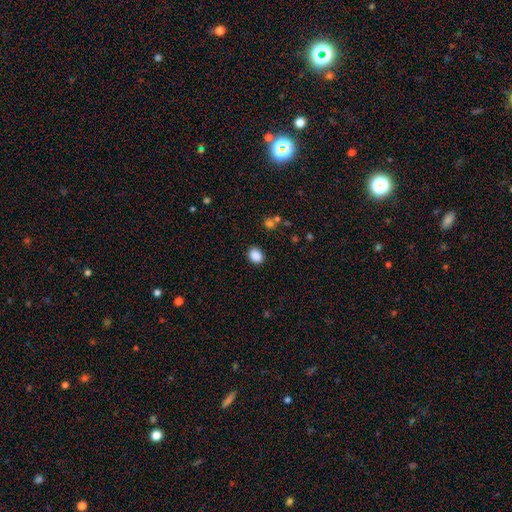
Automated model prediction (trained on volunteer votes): This is clearly a smooth galaxy (88%). How rounded: possibly in between (57%). Merging: clearly none (87%).